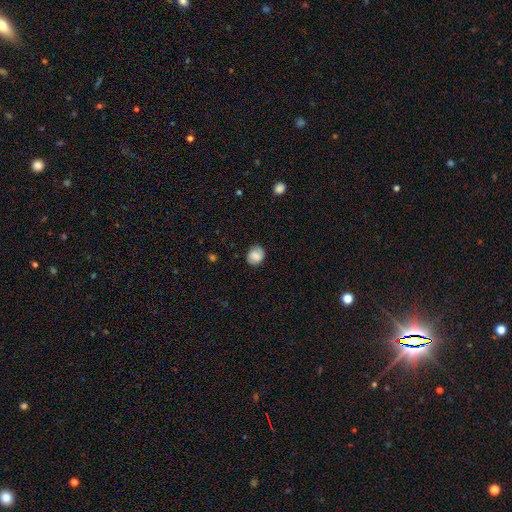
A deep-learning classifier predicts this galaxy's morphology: Smooth or featured?
  - smooth: 78% *
  - featured or disk: 13%
  - star or artifact: 9%
How rounded?
  - round: 69% *
  - in between: 30%
  - cigar-shaped: 1%
Merging?
  - none: 83% *
  - minor disturbance: 13%
  - major disturbance: 3%
  - merger: 1%